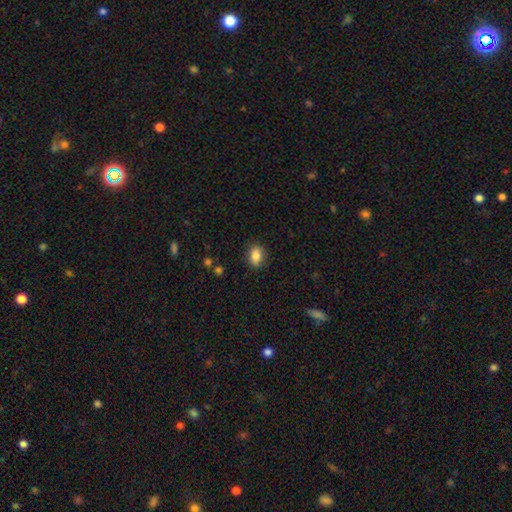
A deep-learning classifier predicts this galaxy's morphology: smooth 85%, star or artifact 9%, featured or disk 6%. Down the decision tree: how rounded — in between (75%); merging — none (87%).